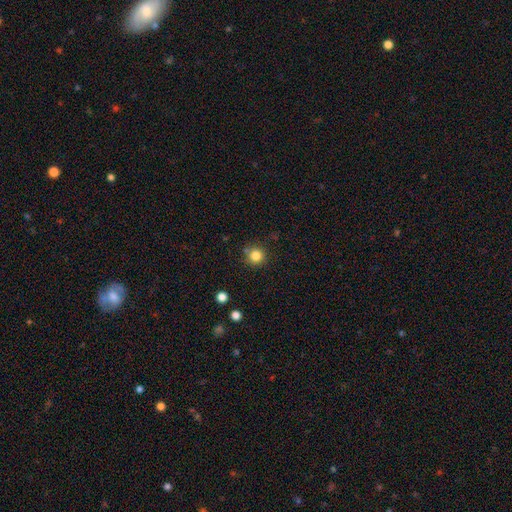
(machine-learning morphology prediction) Smooth or featured? Predicted: smooth (p=0.83). How rounded? Predicted: round (p=0.94). Merging? Predicted: none (p=0.84).